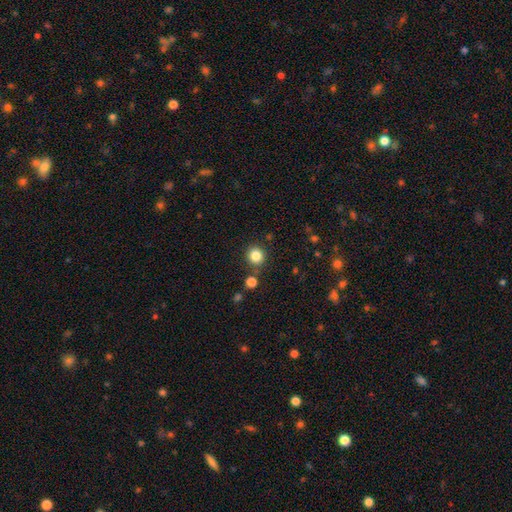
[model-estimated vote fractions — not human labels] smooth_or_featured: smooth (p=0.84) [alt: star or artifact p=0.11]
how_rounded: round (p=0.91) [alt: in between p=0.08]
merging: none (p=0.83) [alt: minor disturbance p=0.08]